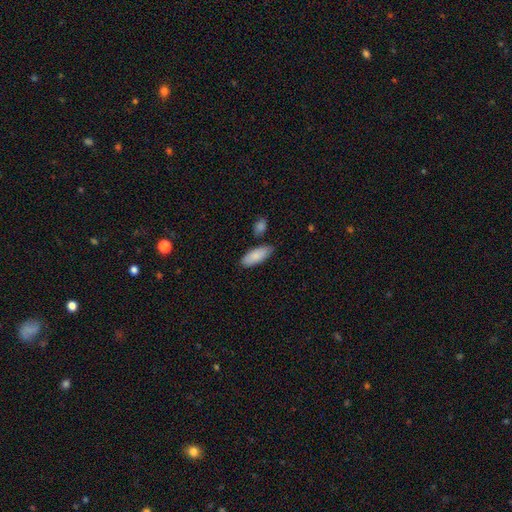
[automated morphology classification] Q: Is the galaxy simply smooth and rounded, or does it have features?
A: smooth — 85%.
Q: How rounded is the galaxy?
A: in between — 80%.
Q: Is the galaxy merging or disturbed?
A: none — 74%.